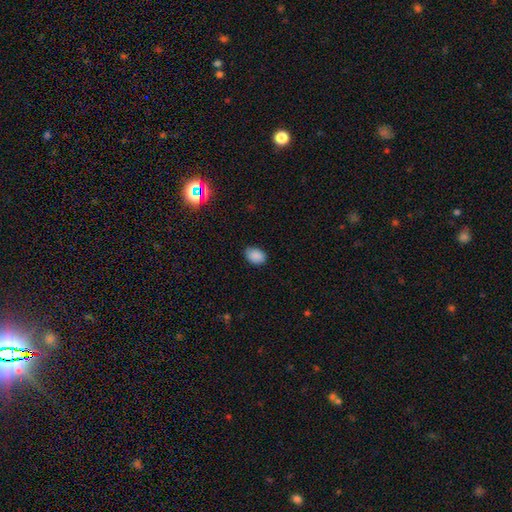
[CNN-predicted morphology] The model was most divided on "how rounded": in between: 77%, round: 22%, cigar-shaped: 1%. More confident: smooth or featured — smooth (88%); merging — none (83%).